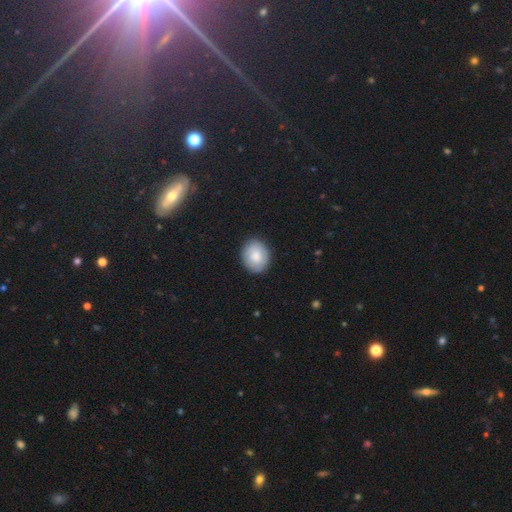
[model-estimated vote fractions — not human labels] smooth-or-featured: smooth: 80% | featured or disk: 13% | star or artifact: 7%
  how-rounded: round: 59% | in between: 40% | cigar-shaped: 1%
  merging: none: 86% | minor disturbance: 10% | major disturbance: 2% | merger: 1%